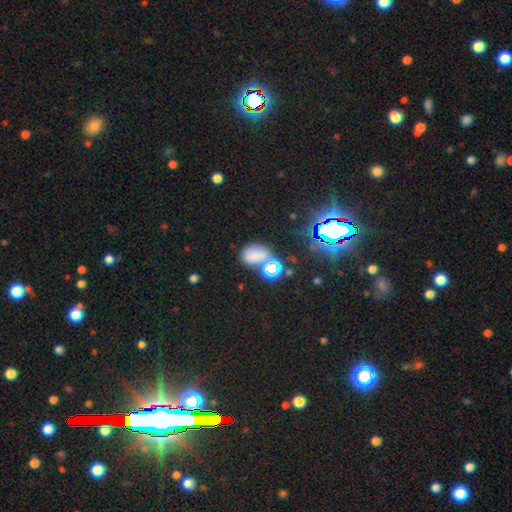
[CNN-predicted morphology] A smooth galaxy with no disk features (58%) that is in between round and cigar-shaped (74%). Merging: none (49%).